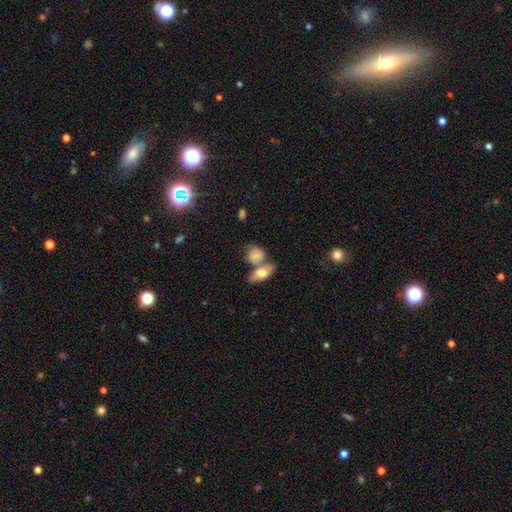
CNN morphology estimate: smooth_or_featured: smooth (p=0.74) [alt: featured or disk p=0.17]
how_rounded: in between (p=0.60) [alt: round p=0.35]
merging: merger (p=0.44) [alt: none p=0.36]